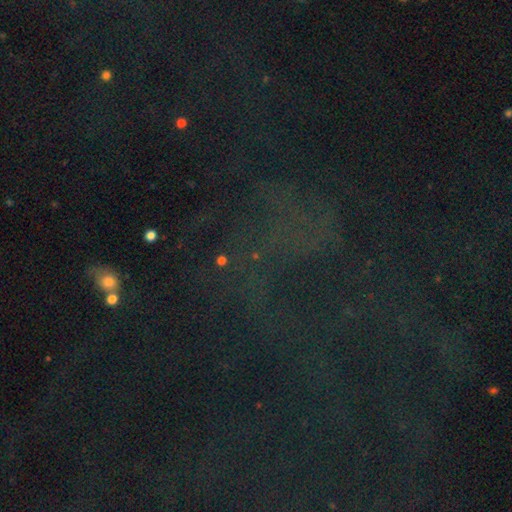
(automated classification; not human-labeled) A star or artifact, not a galaxy (74%).

Vote fractions:
- Smooth or featured? star or artifact: 74% / smooth: 14% / featured or disk: 12%